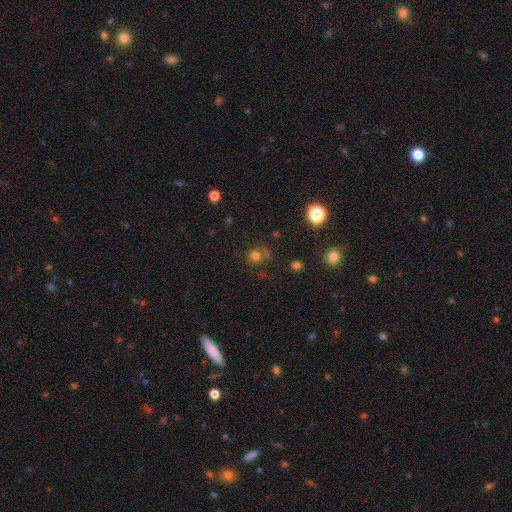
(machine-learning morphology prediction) A smooth galaxy with no disk features (65%) that is round (87%). Merging: none (63%).